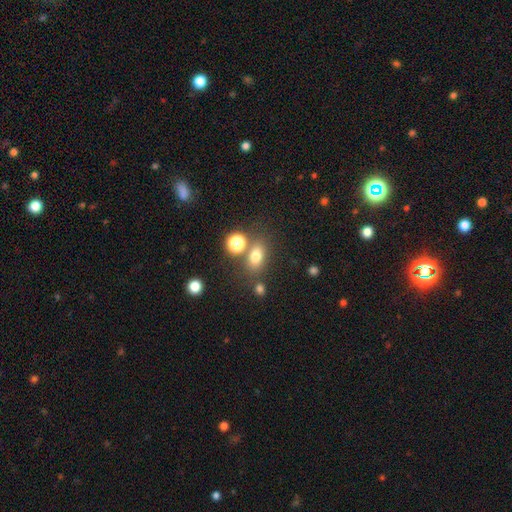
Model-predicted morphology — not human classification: Q: Smooth or featured?
A: smooth (74%); runner-up: star or artifact (16%)
Q: How rounded?
A: in between (69%); runner-up: round (28%)
Q: Merging?
A: none (68%); runner-up: merger (15%)